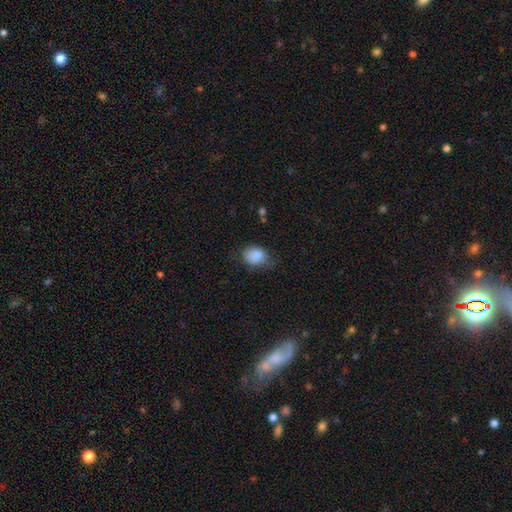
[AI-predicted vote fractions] This appears to be a smooth galaxy with no disk features (85%) that is in between round and cigar-shaped (58%). Merging: none (54%).